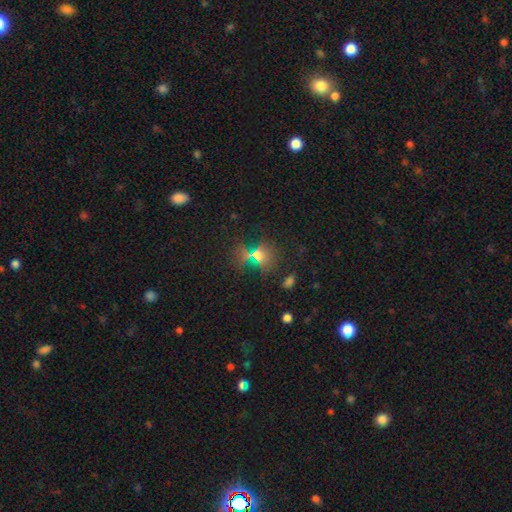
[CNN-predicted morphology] Smooth or featured: smooth — 56% (star or artifact — 33%)
How rounded: round — 62% (in between — 34%)
Merging: none — 69% (minor disturbance — 14%)